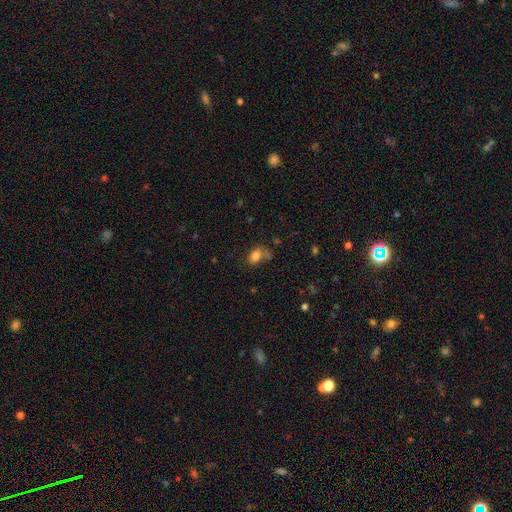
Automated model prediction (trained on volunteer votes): Q: Smooth or featured?
A: smooth (80%); runner-up: star or artifact (11%)
Q: How rounded?
A: in between (83%); runner-up: round (16%)
Q: Merging?
A: none (47%); runner-up: minor disturbance (25%)